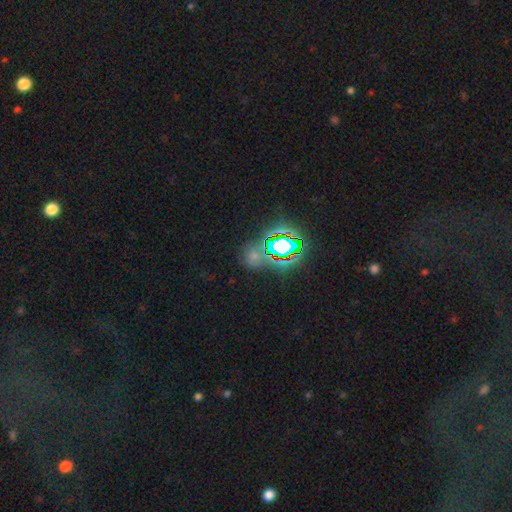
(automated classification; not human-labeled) star or artifact 54%, smooth 37%, featured or disk 10%.